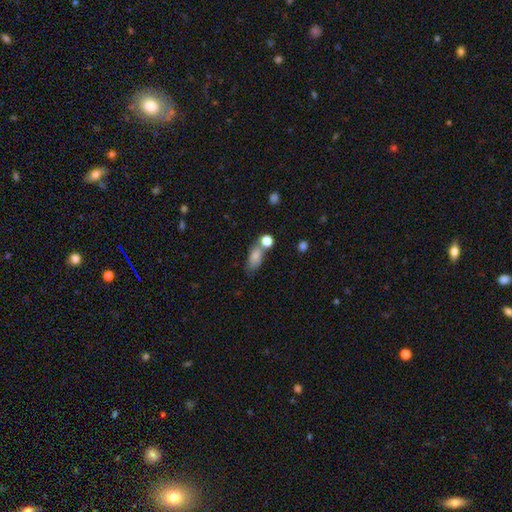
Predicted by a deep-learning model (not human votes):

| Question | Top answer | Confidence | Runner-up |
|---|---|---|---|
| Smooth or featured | smooth | 79% | featured or disk (11%) |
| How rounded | in between | 77% | round (12%) |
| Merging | none | 48% | merger (27%) |